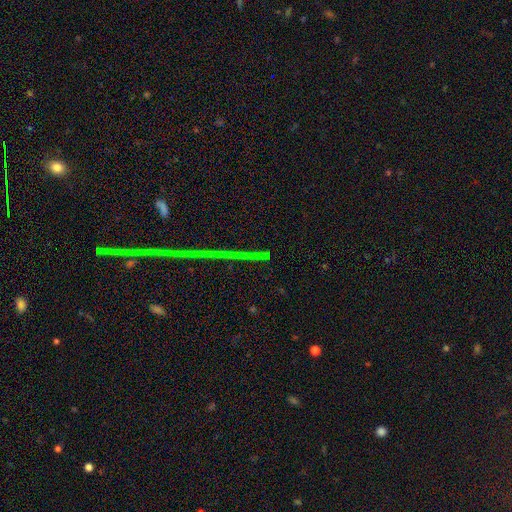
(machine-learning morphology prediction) Overall: star or artifact (79%).